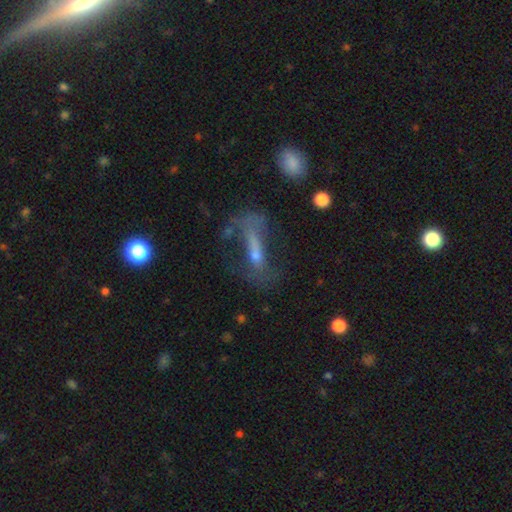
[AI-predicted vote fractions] Q: Smooth or featured?
A: featured or disk (54%); runner-up: smooth (32%)
Q: Edge-on disk?
A: no (75%); runner-up: yes (25%)
Q: Merging?
A: major disturbance (41%); runner-up: none (34%)